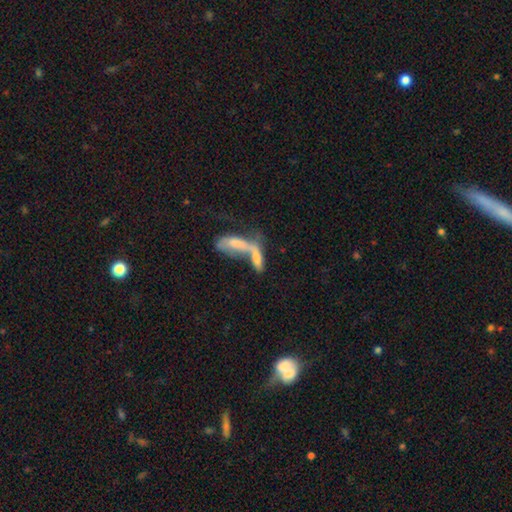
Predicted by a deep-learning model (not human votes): Smooth or featured: featured or disk — 43% (smooth — 42%)
Merging: merger — 66% (none — 15%)